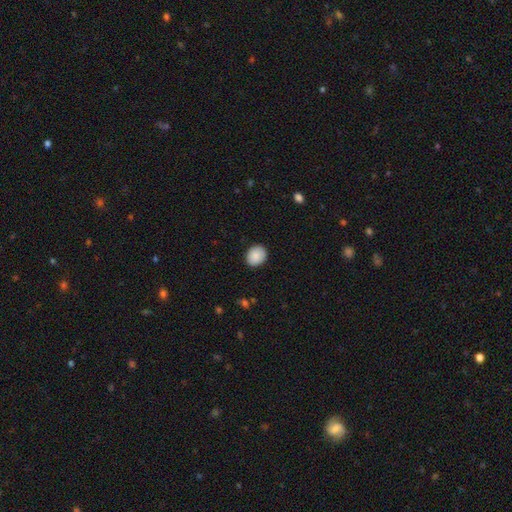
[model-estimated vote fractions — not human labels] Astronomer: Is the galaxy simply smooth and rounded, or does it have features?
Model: smooth — 89%.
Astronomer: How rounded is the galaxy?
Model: round — 61% (runner-up: in between, 38%).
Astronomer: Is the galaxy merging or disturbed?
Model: none — 89%.